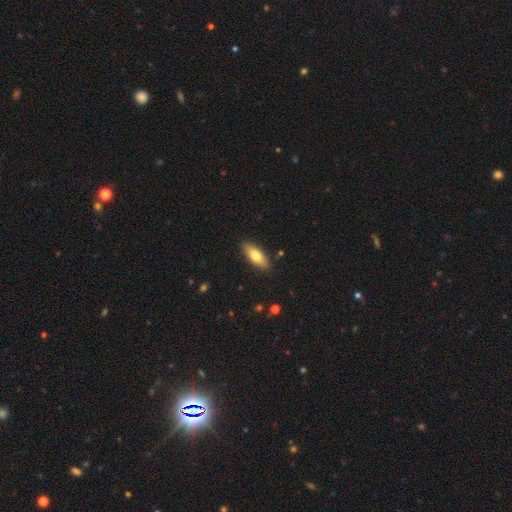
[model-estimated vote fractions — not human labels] Q: Smooth or featured?
A: smooth (77%); runner-up: featured or disk (18%)
Q: How rounded?
A: in between (77%); runner-up: cigar-shaped (21%)
Q: Merging?
A: none (87%); runner-up: minor disturbance (9%)